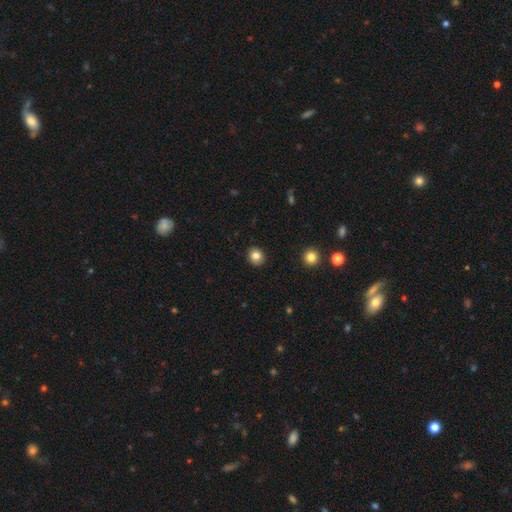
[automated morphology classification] A smooth galaxy with no disk features (83%) that is round (84%).

Vote fractions:
- Smooth or featured? smooth: 83% / star or artifact: 11% / featured or disk: 6%
- How rounded? round: 84% / in between: 15% / cigar-shaped: 1%
- Merging? none: 91% / minor disturbance: 6% / major disturbance: 2% / merger: 1%